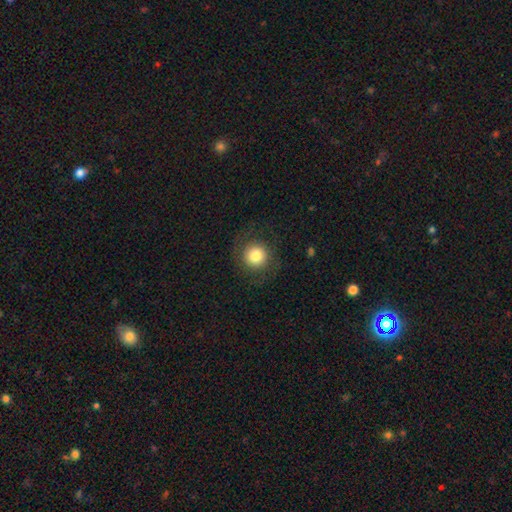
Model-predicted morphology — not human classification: This is likely a smooth galaxy (74%). How rounded: clearly round (94%). Merging: clearly none (83%).